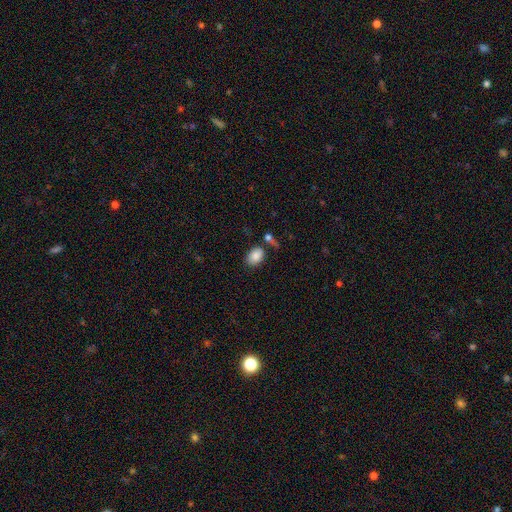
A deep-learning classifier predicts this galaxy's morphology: This is clearly a smooth galaxy (86%). How rounded: clearly in between (80%). Merging: likely none (63%).